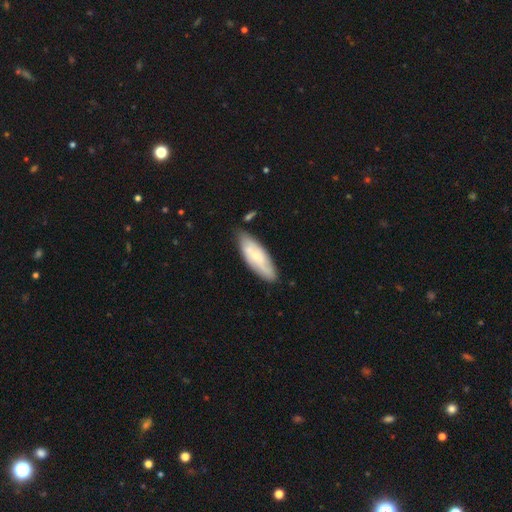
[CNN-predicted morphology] smooth 51%, featured or disk 43%, star or artifact 6%. Down the decision tree: how rounded — in between (58%); merging — none (74%).